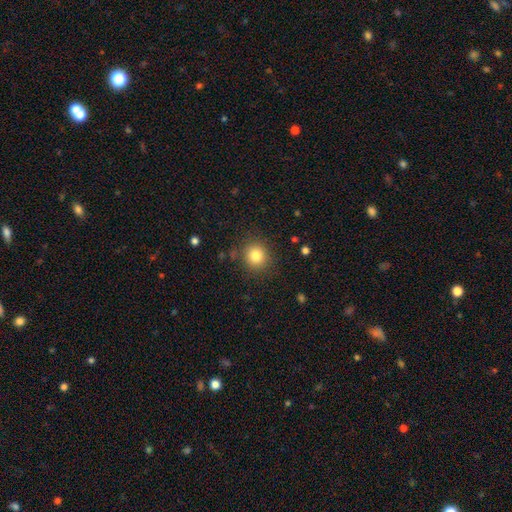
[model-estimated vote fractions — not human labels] Q: Smooth or featured?
A: smooth (82%); runner-up: star or artifact (12%)
Q: How rounded?
A: round (90%); runner-up: in between (9%)
Q: Merging?
A: none (87%); runner-up: minor disturbance (8%)